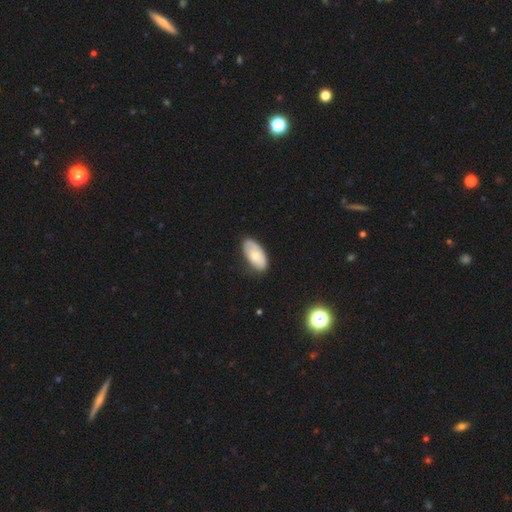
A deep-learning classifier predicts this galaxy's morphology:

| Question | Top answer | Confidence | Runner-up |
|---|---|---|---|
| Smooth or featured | smooth | 64% | featured or disk (30%) |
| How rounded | in between | 93% | cigar-shaped (4%) |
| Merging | none | 74% | minor disturbance (21%) |